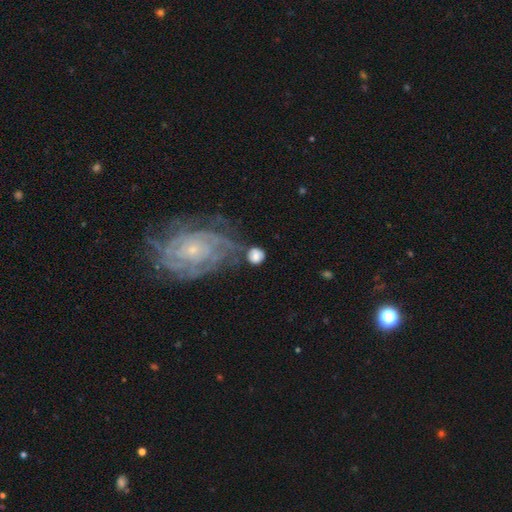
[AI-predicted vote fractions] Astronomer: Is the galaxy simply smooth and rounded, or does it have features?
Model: smooth — 67%.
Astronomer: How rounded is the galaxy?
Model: round — 83%.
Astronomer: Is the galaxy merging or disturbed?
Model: none — 55%.